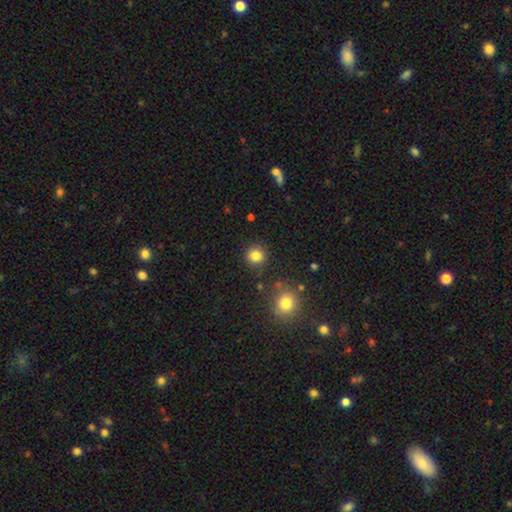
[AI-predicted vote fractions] The model was most divided on "smooth or featured": smooth: 83%, star or artifact: 12%, featured or disk: 5%. More confident: how rounded — round (89%); merging — none (87%).